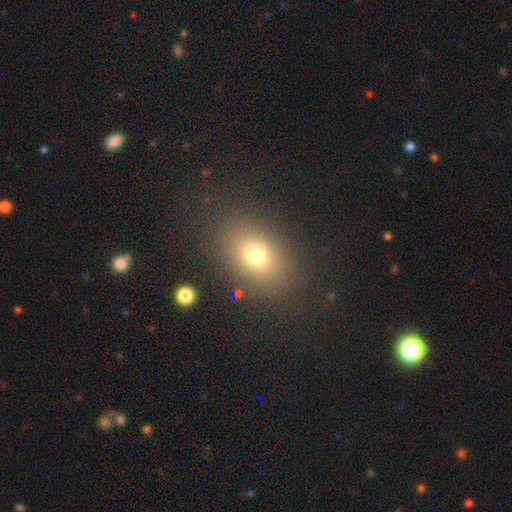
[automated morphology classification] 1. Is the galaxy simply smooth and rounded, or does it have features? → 71% smooth, 16% star or artifact, 13% featured or disk.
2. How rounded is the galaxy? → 71% in between, 27% round, 1% cigar-shaped.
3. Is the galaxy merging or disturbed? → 82% none, 10% minor disturbance, 5% major disturbance, 2% merger.